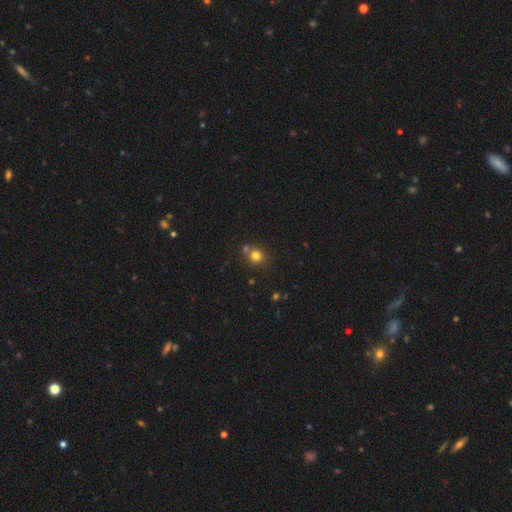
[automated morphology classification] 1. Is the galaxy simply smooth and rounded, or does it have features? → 78% smooth, 14% star or artifact, 8% featured or disk.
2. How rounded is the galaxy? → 86% round, 13% in between, 1% cigar-shaped.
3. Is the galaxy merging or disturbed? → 64% none, 23% merger, 10% minor disturbance, 3% major disturbance.